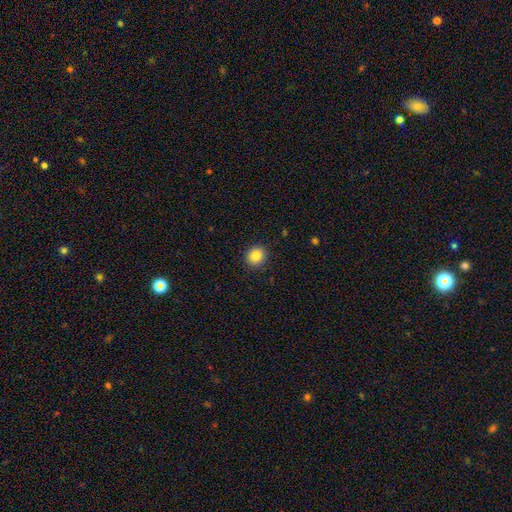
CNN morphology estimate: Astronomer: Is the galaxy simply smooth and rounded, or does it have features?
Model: smooth — 85%.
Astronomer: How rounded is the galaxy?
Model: round — 80%.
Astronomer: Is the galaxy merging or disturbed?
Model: none — 91%.